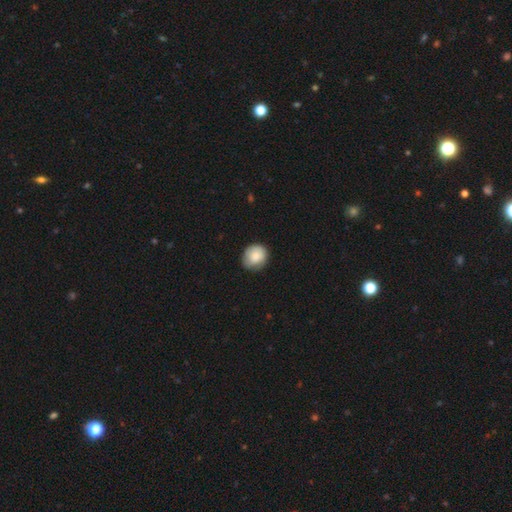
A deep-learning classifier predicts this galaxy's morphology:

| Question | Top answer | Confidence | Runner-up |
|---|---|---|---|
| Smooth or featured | smooth | 82% | featured or disk (12%) |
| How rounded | round | 75% | in between (24%) |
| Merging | none | 71% | minor disturbance (23%) |